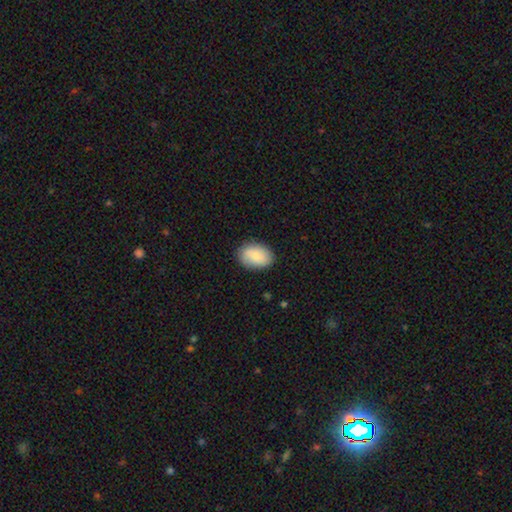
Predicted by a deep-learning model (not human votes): Smooth or featured?
  - smooth: 77% *
  - featured or disk: 16%
  - star or artifact: 6%
How rounded?
  - in between: 82% *
  - round: 16%
  - cigar-shaped: 1%
Merging?
  - none: 84% *
  - minor disturbance: 12%
  - major disturbance: 3%
  - merger: 1%